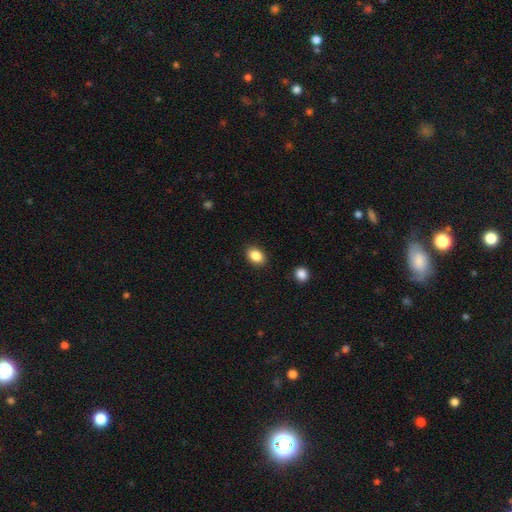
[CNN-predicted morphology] Overall: smooth (87%). How rounded: in between (78%). Merging: none (88%).